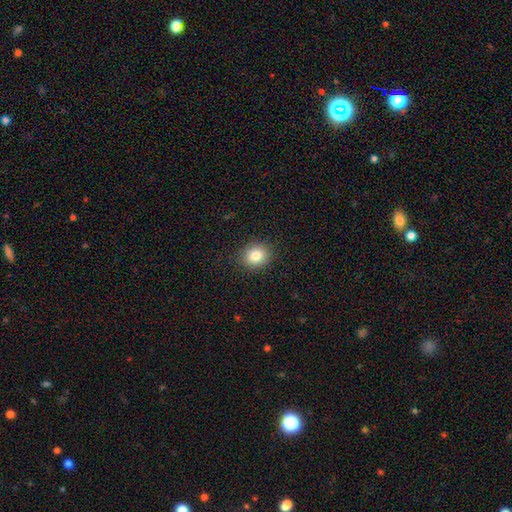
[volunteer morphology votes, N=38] A smooth galaxy with no disk features (89%) that is round (71%). Merging: none (92%).